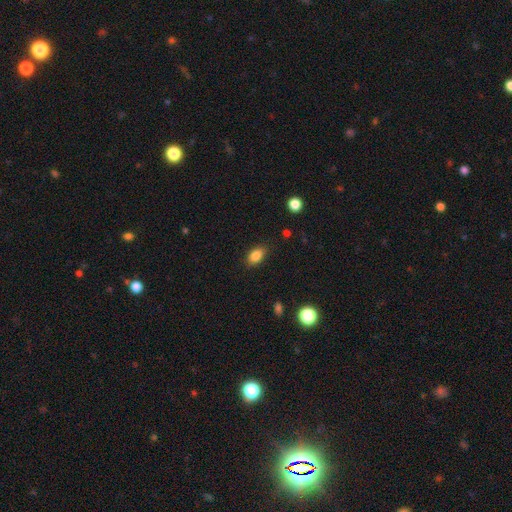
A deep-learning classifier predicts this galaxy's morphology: Smooth or featured?
  - smooth: 85% *
  - star or artifact: 9%
  - featured or disk: 6%
How rounded?
  - in between: 85% *
  - round: 13%
  - cigar-shaped: 2%
Merging?
  - none: 84% *
  - minor disturbance: 12%
  - major disturbance: 3%
  - merger: 1%